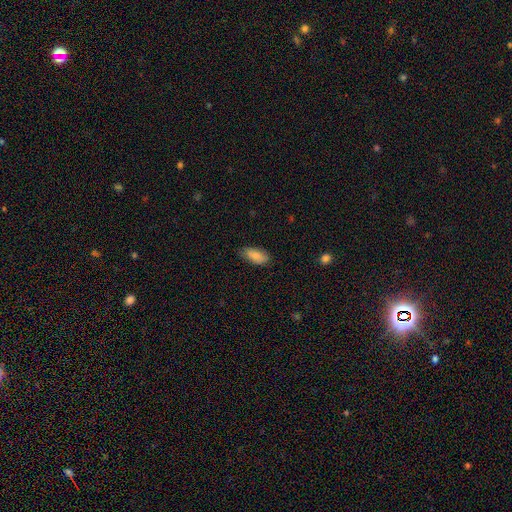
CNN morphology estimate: smooth 86%, featured or disk 7%, star or artifact 6%. Down the decision tree: how rounded — in between (89%); merging — none (75%).